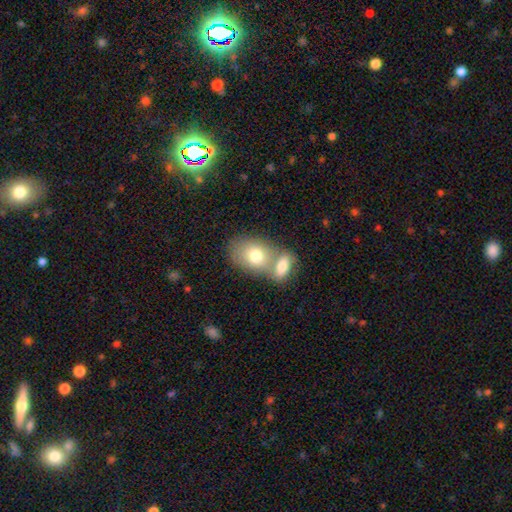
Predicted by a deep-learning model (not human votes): A smooth galaxy with no disk features (75%) that is in between round and cigar-shaped (76%).

Vote fractions:
- Smooth or featured? smooth: 75% / featured or disk: 18% / star or artifact: 7%
- How rounded? in between: 76% / round: 23% / cigar-shaped: 2%
- Merging? merger: 51% / none: 36% / minor disturbance: 9% / major disturbance: 3%